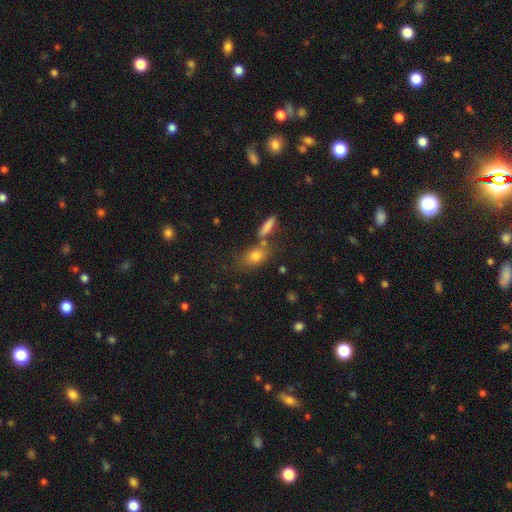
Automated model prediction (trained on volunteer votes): smooth-or-featured: smooth: 77% | featured or disk: 12% | star or artifact: 11%
  how-rounded: in between: 71% | round: 19% | cigar-shaped: 10%
  merging: none: 55% | merger: 24% | minor disturbance: 14% | major disturbance: 6%